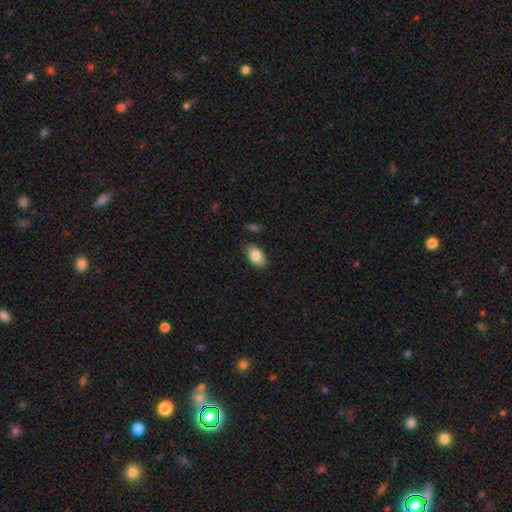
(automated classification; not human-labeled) A smooth galaxy with no disk features (86%) that is in between round and cigar-shaped (93%). Merging: none (81%).